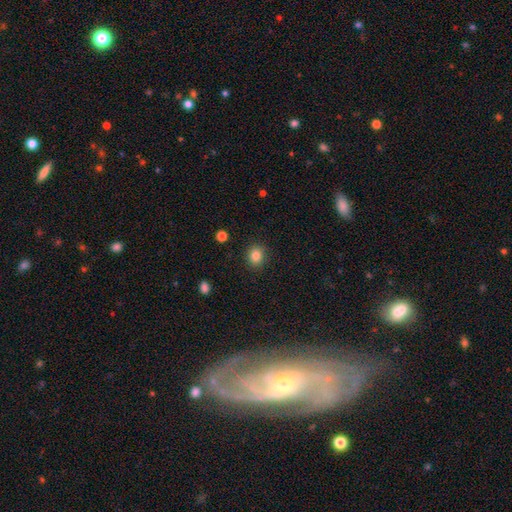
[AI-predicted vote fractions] smooth_or_featured: smooth (p=0.84) [alt: star or artifact p=0.11]
how_rounded: round (p=0.70) [alt: in between p=0.29]
merging: none (p=0.89) [alt: minor disturbance p=0.08]